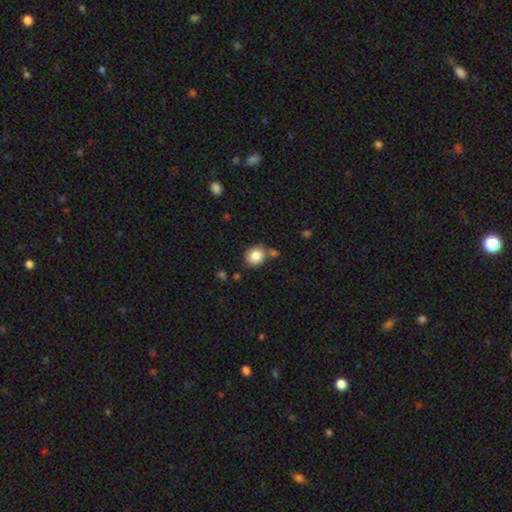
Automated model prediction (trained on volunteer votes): Smooth or featured: smooth — 85% (star or artifact — 9%)
How rounded: round — 76% (in between — 23%)
Merging: none — 72% (minor disturbance — 13%)